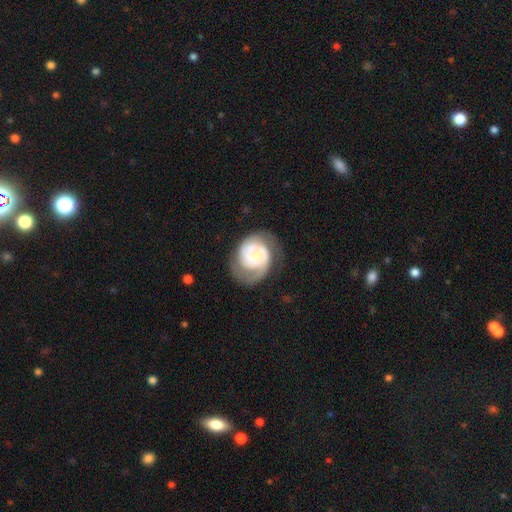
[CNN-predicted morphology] Smooth or featured? Predicted: featured or disk (p=0.79). Edge-on disk? Predicted: no (p=0.98). Bar? Predicted: no (p=0.73). Spiral arms? Predicted: yes (p=0.93). Spiral winding? Predicted: tight (p=0.54). Spiral arm count? Predicted: 2 (p=0.64). Bulge size? Predicted: small (p=0.62). Merging? Predicted: none (p=0.61).